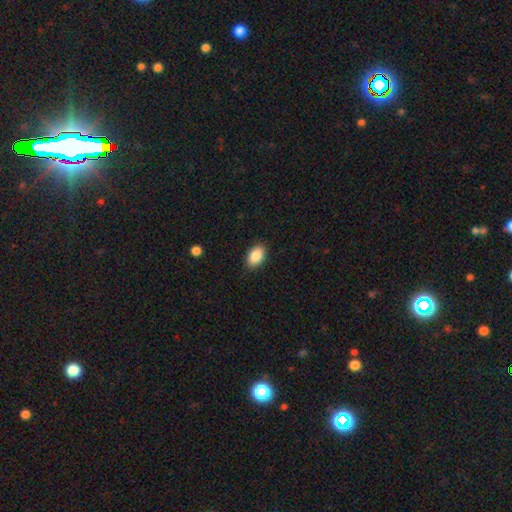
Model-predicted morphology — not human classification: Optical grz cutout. It shows a smooth galaxy with no disk features (87%) that is in between round and cigar-shaped (90%). Merging: none (87%).